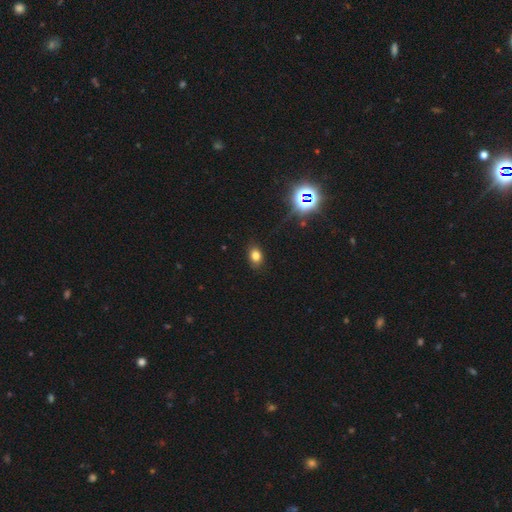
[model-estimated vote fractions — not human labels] A smooth galaxy with no disk features (77%) that is in between round and cigar-shaped (72%).

Vote fractions:
- Smooth or featured? smooth: 77% / star or artifact: 15% / featured or disk: 8%
- How rounded? in between: 72% / round: 26% / cigar-shaped: 2%
- Merging? none: 84% / minor disturbance: 12% / major disturbance: 3% / merger: 1%